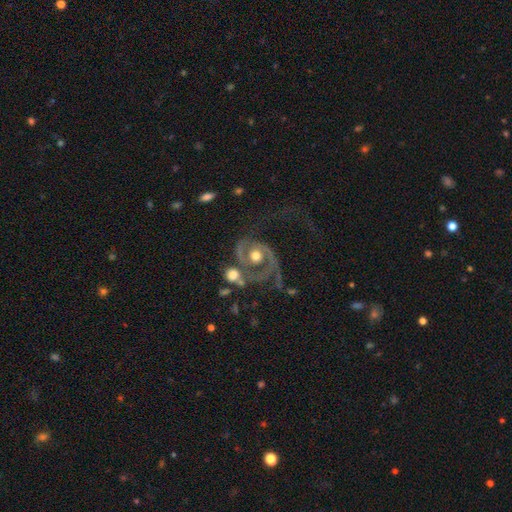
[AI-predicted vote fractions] Overall: featured or disk (83%). Edge-on disk: no (97%). Bar: no (77%). Spiral arms: yes (91%). Spiral arm count: 2 (66%). Spiral winding: medium (44%; tight 35%). Bulge size: moderate (73%). Merging: none (40%; major disturbance 27%).